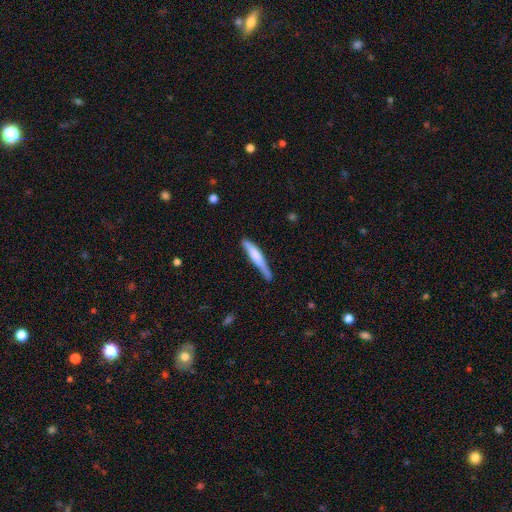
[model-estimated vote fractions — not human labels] smooth 60%, featured or disk 34%, star or artifact 5%. Down the decision tree: how rounded — cigar-shaped (93%); merging — none (64%).